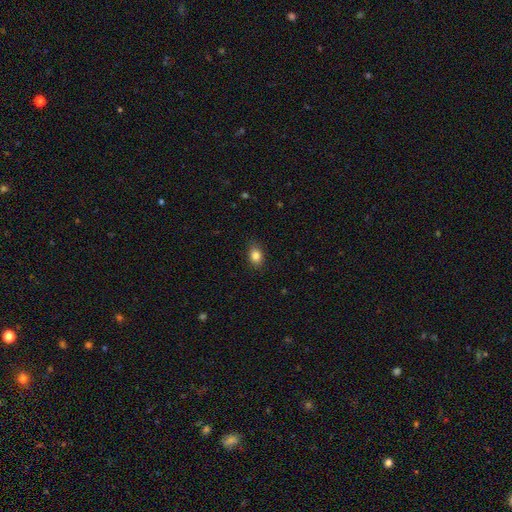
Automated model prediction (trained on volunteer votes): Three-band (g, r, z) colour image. It shows a smooth galaxy with no disk features (84%) that is in between round and cigar-shaped (68%). Merging: none (85%).